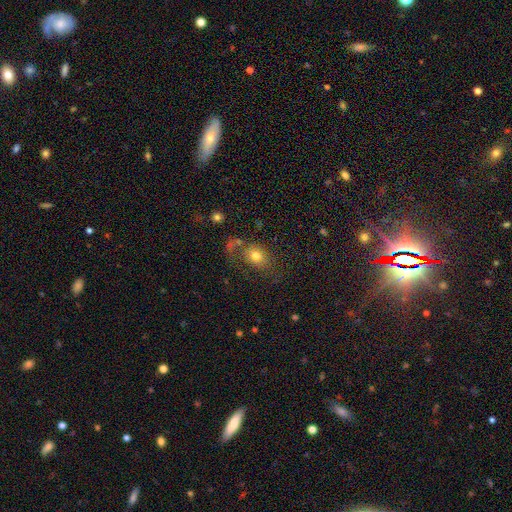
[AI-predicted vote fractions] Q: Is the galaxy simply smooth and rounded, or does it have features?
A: smooth — 72%.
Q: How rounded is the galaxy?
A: in between — 55%.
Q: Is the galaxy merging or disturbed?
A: none — 53%.